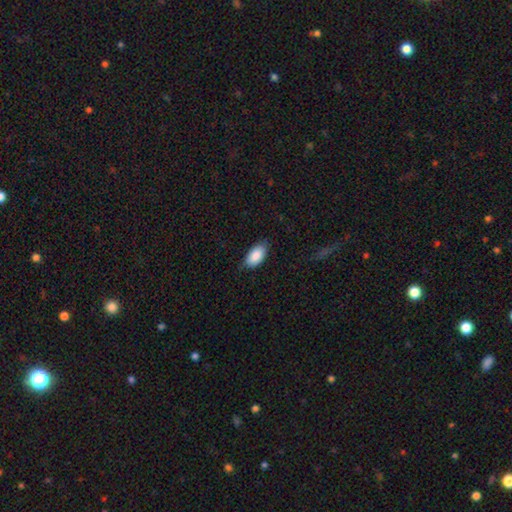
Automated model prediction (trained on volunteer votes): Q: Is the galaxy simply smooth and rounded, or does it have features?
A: smooth — 88%.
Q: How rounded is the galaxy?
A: in between — 94%.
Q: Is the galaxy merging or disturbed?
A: none — 78%.